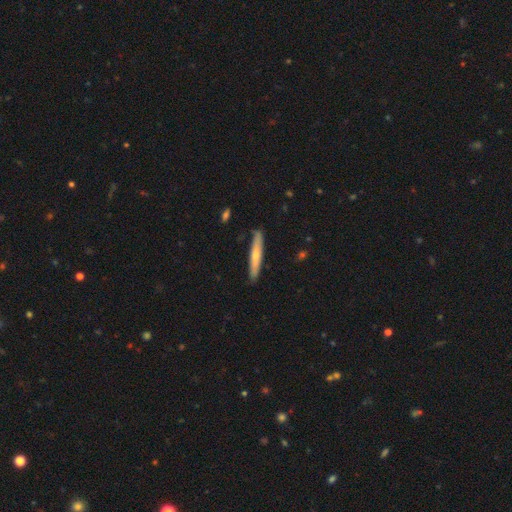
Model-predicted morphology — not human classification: Overall: smooth (60%; featured or disk 34%). How rounded: cigar-shaped (94%). Merging: none (88%).